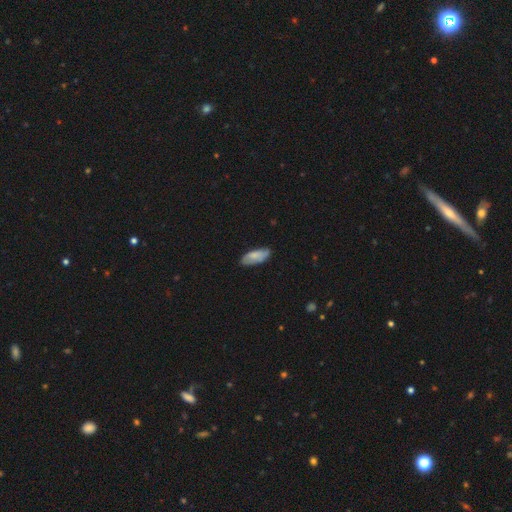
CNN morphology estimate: Overall: smooth (70%). How rounded: in between (81%). Merging: none (74%).